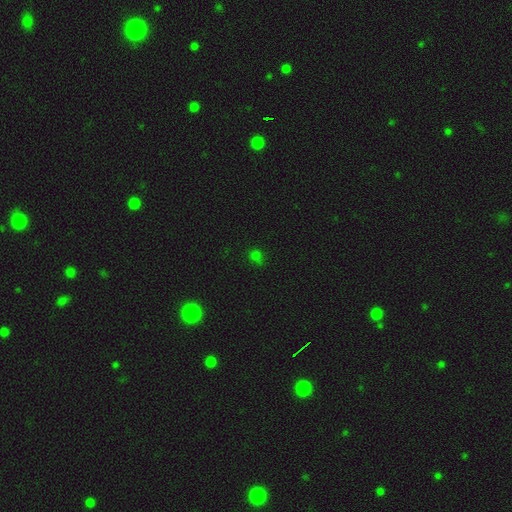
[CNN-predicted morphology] A smooth galaxy with no disk features (63%) that is round (73%). Merging: none (73%).